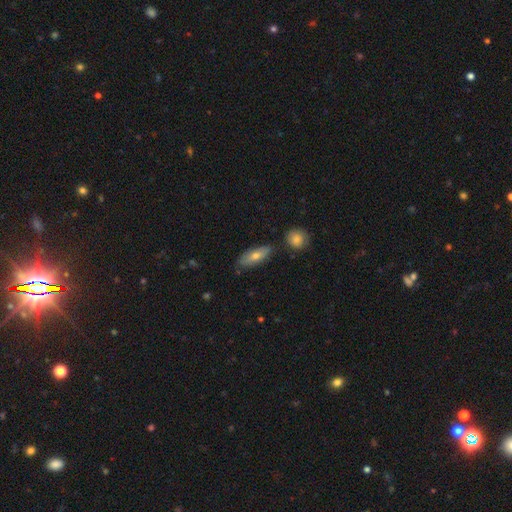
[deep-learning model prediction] This is likely a smooth galaxy (67%). How rounded: likely in between (64%). Merging: likely none (79%).